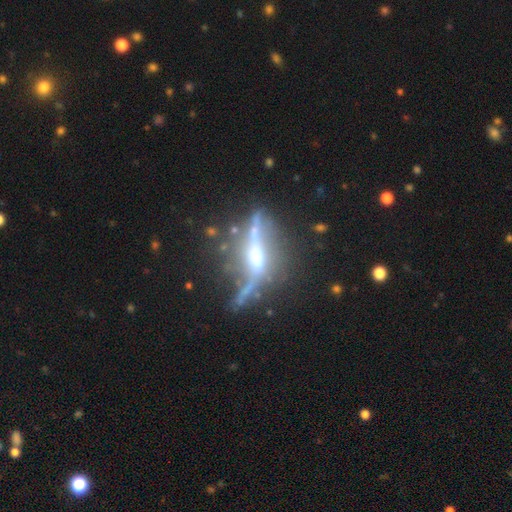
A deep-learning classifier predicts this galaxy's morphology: smooth-or-featured: featured or disk: 80% | smooth: 11% | star or artifact: 9%
  disk-edge-on: yes: 74% | no: 26%
    edge-on-bulge: rounded: 78% | boxy: 12% | none: 9%
  merging: none: 58% | minor disturbance: 19% | major disturbance: 14% | merger: 8%